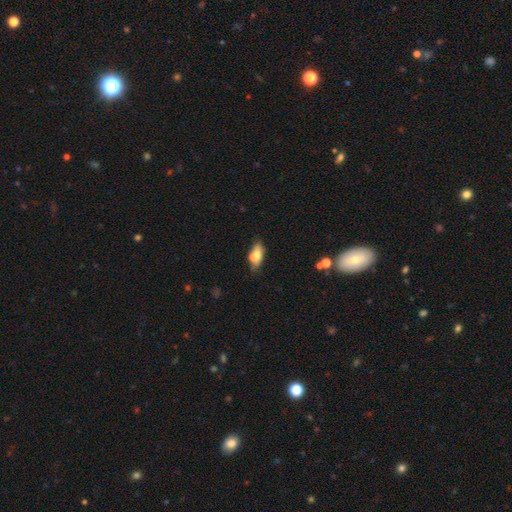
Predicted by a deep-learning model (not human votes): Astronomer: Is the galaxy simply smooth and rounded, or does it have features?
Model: smooth — 65%.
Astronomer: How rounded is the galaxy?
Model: in between — 79%.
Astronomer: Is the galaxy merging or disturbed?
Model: none — 46% (runner-up: merger, 24%).